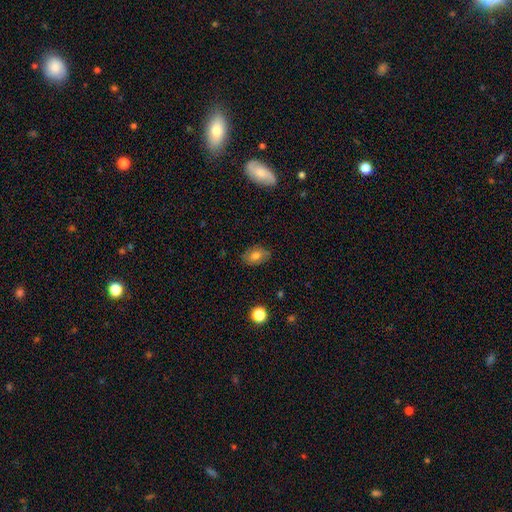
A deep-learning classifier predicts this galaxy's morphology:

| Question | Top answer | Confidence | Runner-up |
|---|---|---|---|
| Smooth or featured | smooth | 75% | featured or disk (16%) |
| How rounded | in between | 82% | round (17%) |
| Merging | none | 82% | minor disturbance (14%) |